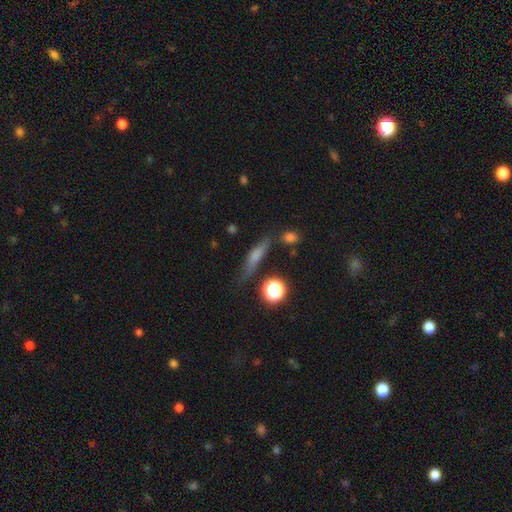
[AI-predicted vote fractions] Smooth or featured: smooth — 58% (featured or disk — 28%)
How rounded: cigar-shaped — 70% (in between — 22%)
Merging: none — 68% (minor disturbance — 20%)